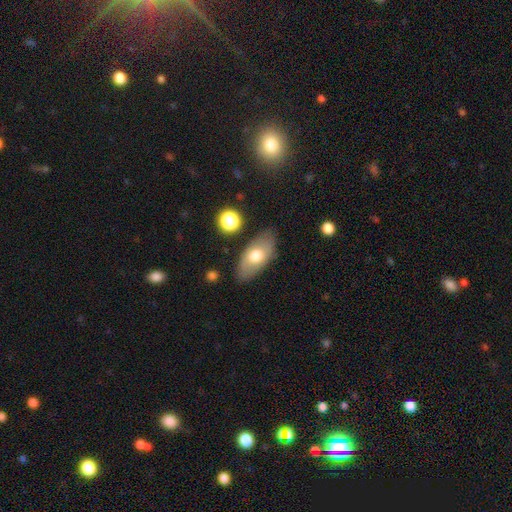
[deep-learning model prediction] Overall: smooth (66%; featured or disk 27%). How rounded: in between (88%). Merging: none (80%).